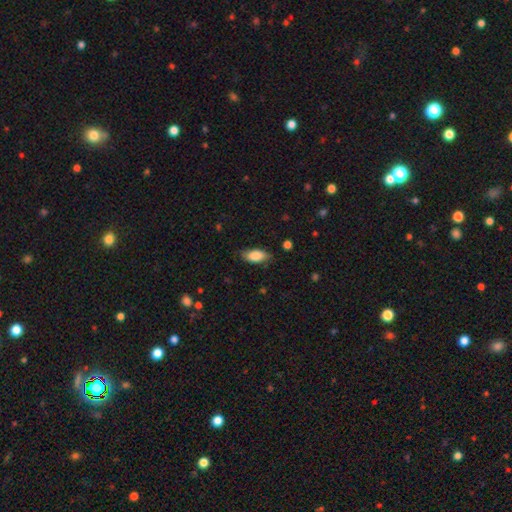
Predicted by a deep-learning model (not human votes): This is clearly a smooth galaxy (82%). How rounded: clearly in between (89%). Merging: likely none (76%).